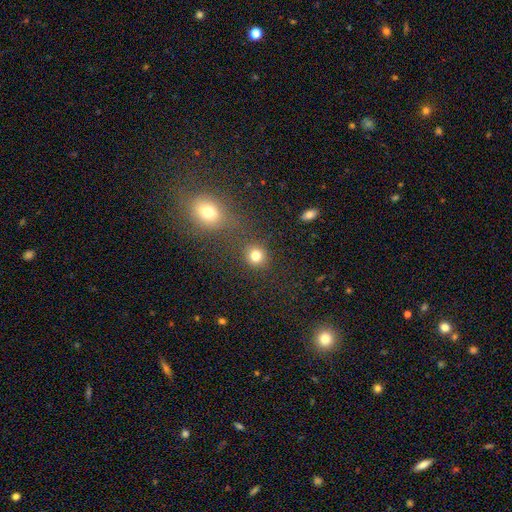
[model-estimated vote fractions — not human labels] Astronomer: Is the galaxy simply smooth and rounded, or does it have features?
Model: smooth — 81%.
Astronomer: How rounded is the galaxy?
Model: round — 85%.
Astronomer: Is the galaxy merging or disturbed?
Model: none — 80%.